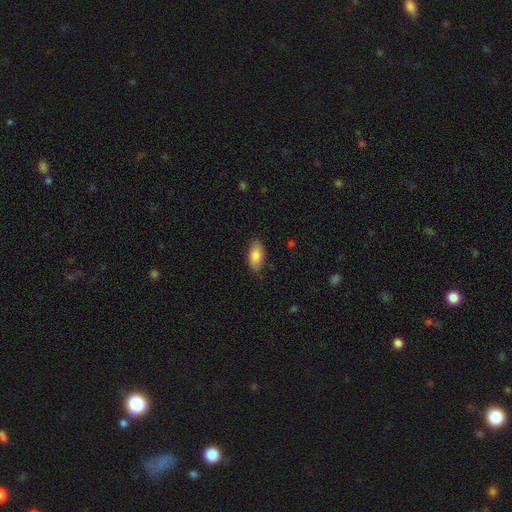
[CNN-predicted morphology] Smooth or featured? Predicted: smooth (p=0.83). How rounded? Predicted: in between (p=0.91). Merging? Predicted: none (p=0.79).